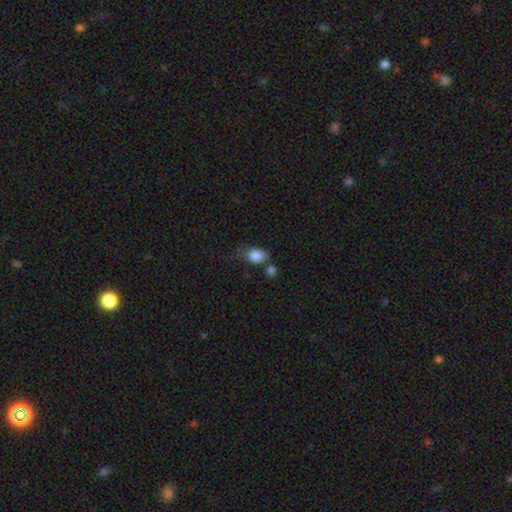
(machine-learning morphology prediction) smooth_or_featured: smooth (p=0.85) [alt: star or artifact p=0.09]
how_rounded: in between (p=0.68) [alt: round p=0.30]
merging: none (p=0.51) [alt: minor disturbance p=0.23]